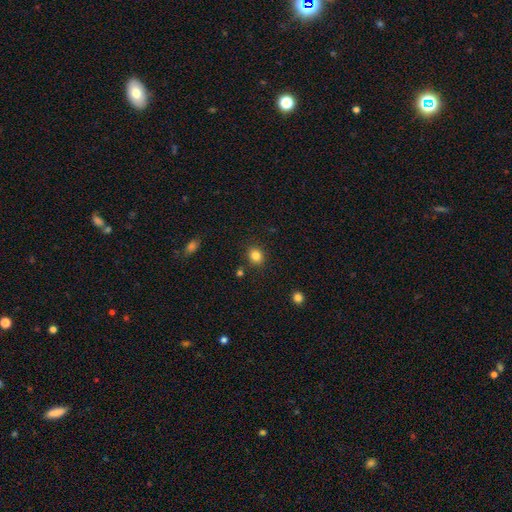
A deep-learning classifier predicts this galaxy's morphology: smooth_or_featured: smooth (p=0.84) [alt: star or artifact p=0.11]
how_rounded: round (p=0.71) [alt: in between p=0.28]
merging: none (p=0.86) [alt: minor disturbance p=0.08]